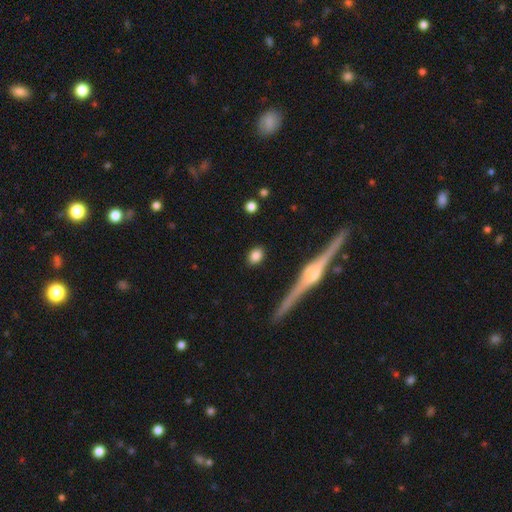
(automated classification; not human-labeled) Smooth or featured: smooth — 81% (featured or disk — 11%)
How rounded: round — 48% (tied with in between — 48%)
Merging: none — 88% (minor disturbance — 8%)